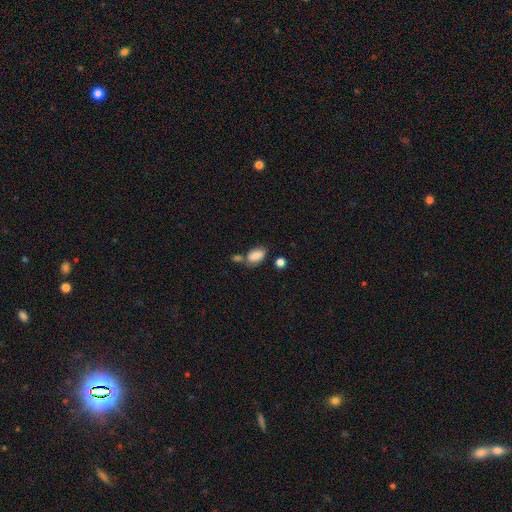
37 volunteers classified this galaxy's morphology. Smooth or featured? smooth (86%)
How rounded? in between (75%)
Merging? none (46%)